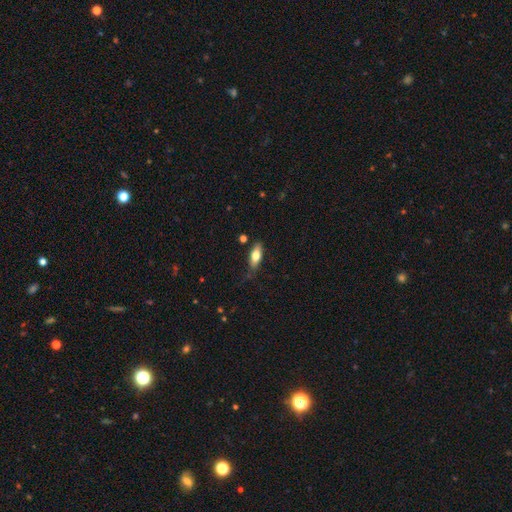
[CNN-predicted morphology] A smooth galaxy with no disk features (71%) that is in between round and cigar-shaped (73%). Merging: none (70%).